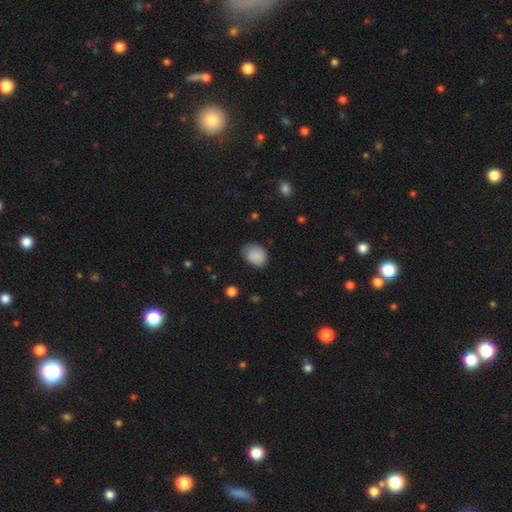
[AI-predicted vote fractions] Overall: smooth (88%). How rounded: in between (69%; round 30%). Merging: none (71%).